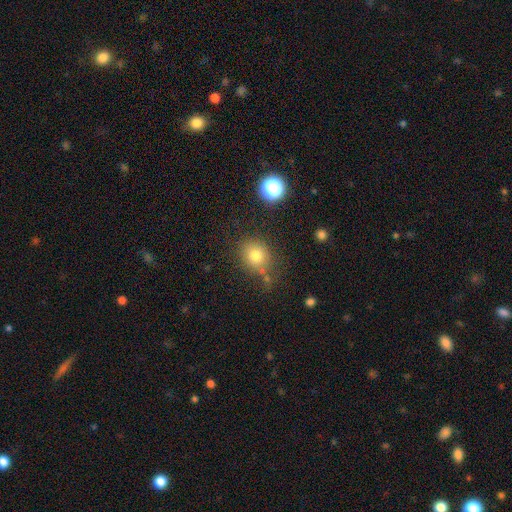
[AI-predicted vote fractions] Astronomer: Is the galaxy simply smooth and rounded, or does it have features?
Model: smooth — 77%.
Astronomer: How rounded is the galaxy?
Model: round — 75%.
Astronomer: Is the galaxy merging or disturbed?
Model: none — 72%.